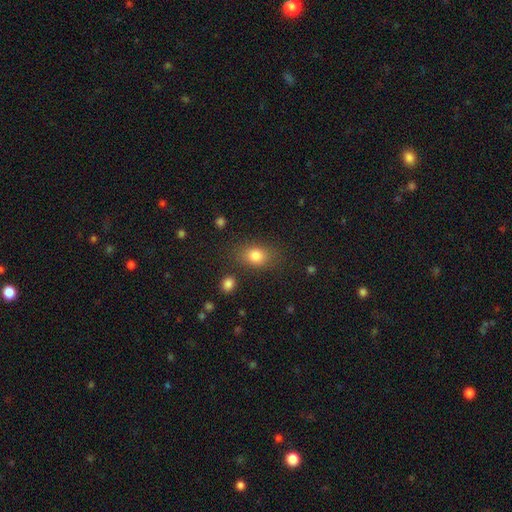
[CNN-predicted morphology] type=smooth (81%); roundness=in between (67%); merging=none (78%).